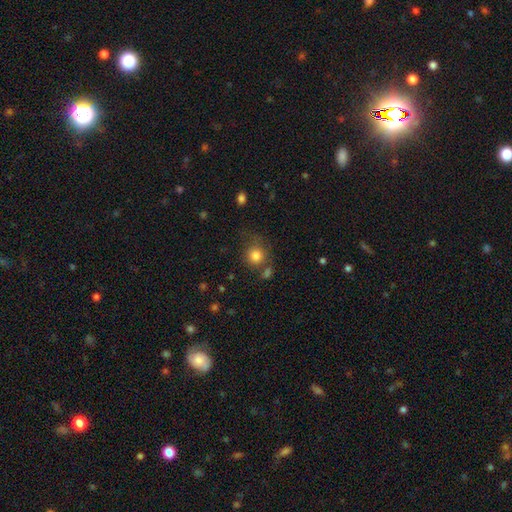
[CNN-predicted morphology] A smooth galaxy with no disk features (82%) that is round (88%). Merging: none (65%).